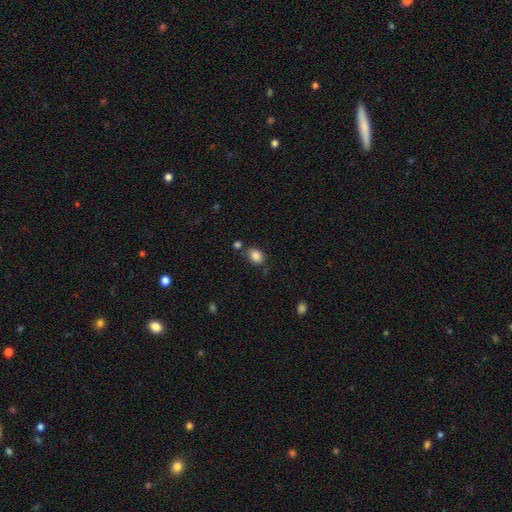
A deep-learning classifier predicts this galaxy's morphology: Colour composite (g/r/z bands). It shows a smooth galaxy with no disk features (86%) that is in between round and cigar-shaped (67%). Merging: none (71%).